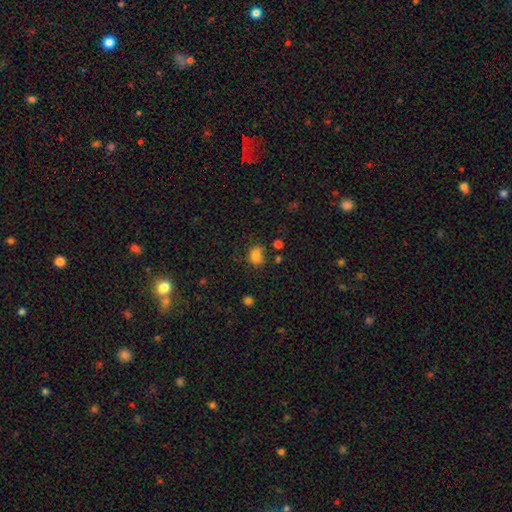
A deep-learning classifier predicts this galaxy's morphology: Q: Smooth or featured?
A: smooth (78%); runner-up: star or artifact (13%)
Q: How rounded?
A: in between (60%); runner-up: round (38%)
Q: Merging?
A: none (53%); runner-up: minor disturbance (26%)